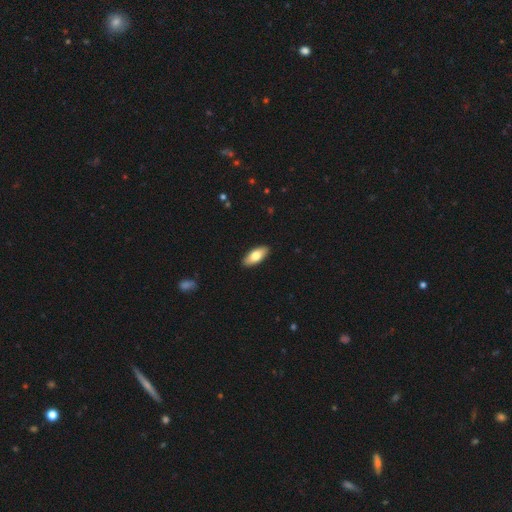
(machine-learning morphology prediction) Smooth or featured: smooth — 76% (featured or disk — 19%)
How rounded: in between — 84% (cigar-shaped — 14%)
Merging: none — 91% (minor disturbance — 7%)